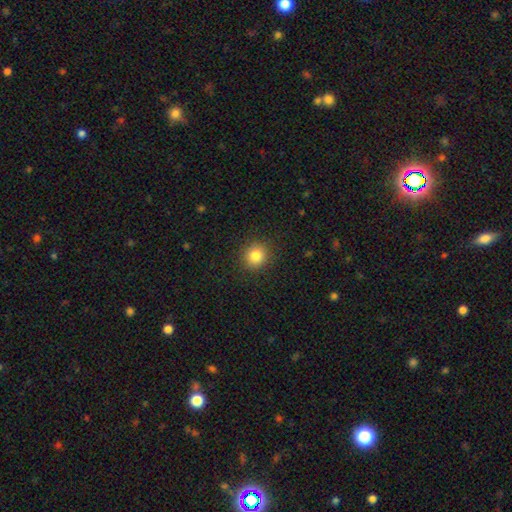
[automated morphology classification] type=smooth (83%); roundness=round (88%); merging=none (91%).